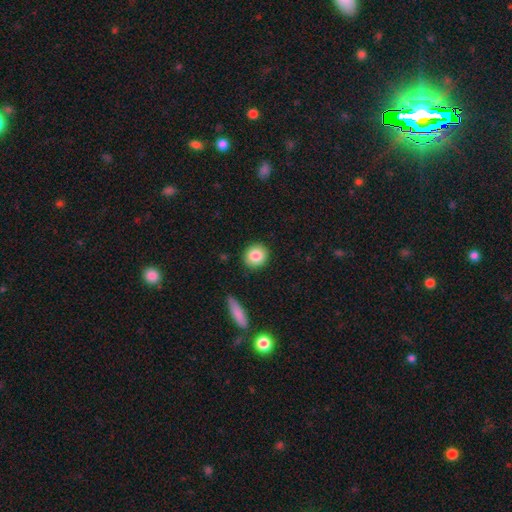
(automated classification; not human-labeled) Smooth or featured?
  - smooth: 85% *
  - star or artifact: 8%
  - featured or disk: 7%
How rounded?
  - round: 86% *
  - in between: 13%
  - cigar-shaped: 1%
Merging?
  - none: 89% *
  - minor disturbance: 7%
  - major disturbance: 2%
  - merger: 2%